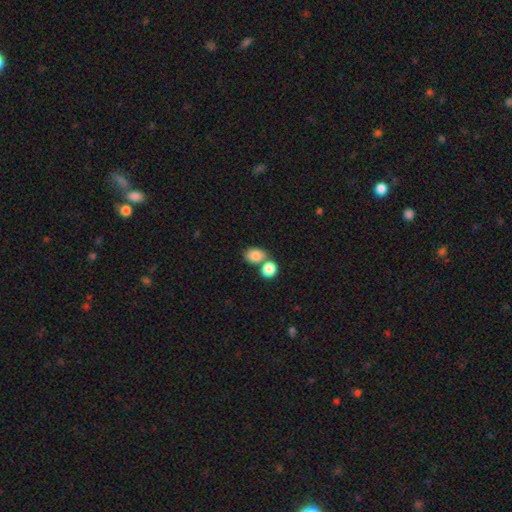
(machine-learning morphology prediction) Smooth or featured? smooth (84%)
How rounded? in between (65%)
Merging? none (48%)